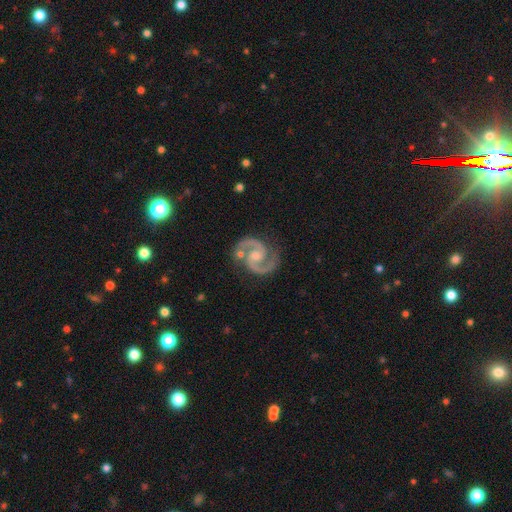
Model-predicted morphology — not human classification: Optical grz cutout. It shows a featured or disk galaxy (94%) with no bar (53%), 2 (94%) medium (66%) spiral arms (99%) and a moderate central bulge (48%). Merging: none (83%).